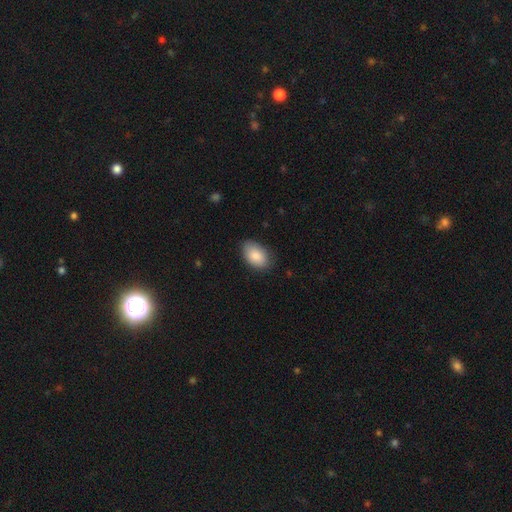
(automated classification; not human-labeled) Smooth or featured? Predicted: smooth (p=0.87). How rounded? Predicted: in between (p=0.91). Merging? Predicted: none (p=0.80).